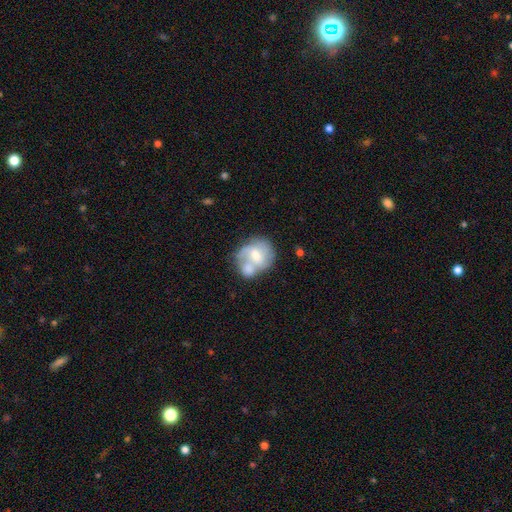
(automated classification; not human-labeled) featured or disk 54%, smooth 39%, star or artifact 7%. Down the decision tree: edge-on disk — no (97%); bar — weak (44%, tied with no); spiral arms — yes (64%); bulge size — moderate (57%); merging — merger (49%).